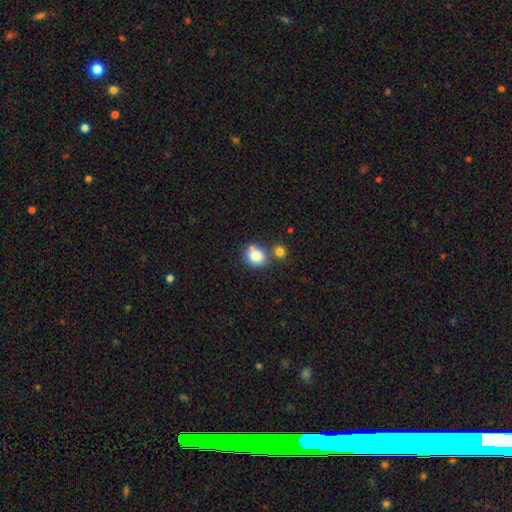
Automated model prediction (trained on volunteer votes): Smooth or featured? Predicted: smooth (p=0.83). How rounded? Predicted: round (p=0.72). Merging? Predicted: none (p=0.56).